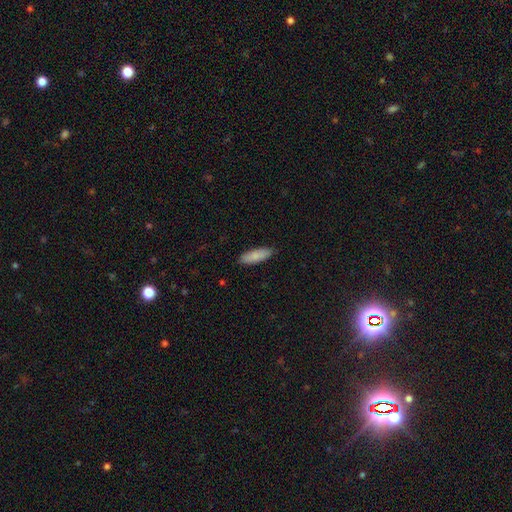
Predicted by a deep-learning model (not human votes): Smooth or featured: smooth — 86% (featured or disk — 9%)
How rounded: in between — 60% (cigar-shaped — 38%)
Merging: none — 86% (minor disturbance — 11%)